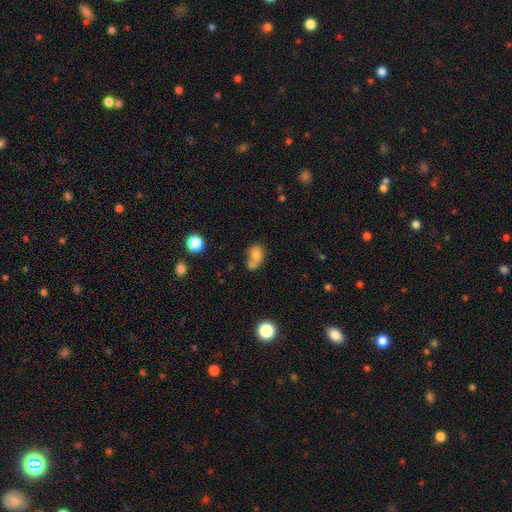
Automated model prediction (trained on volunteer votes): Morphology: type=smooth (75%); roundness=in between (52%); merging=merger (48%).